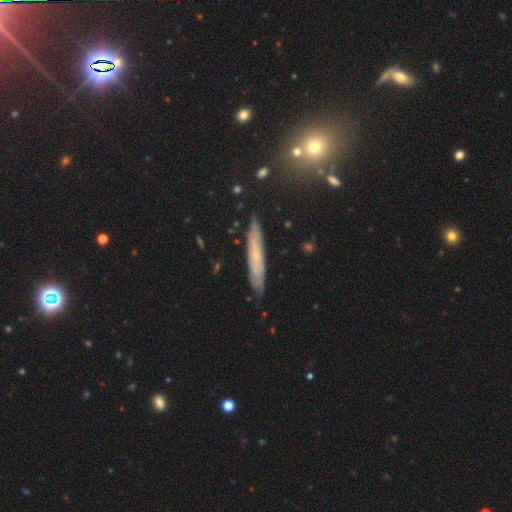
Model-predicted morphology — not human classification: Smooth or featured? featured or disk (57%)
Edge-on disk? yes (64%)
Merging? none (83%)